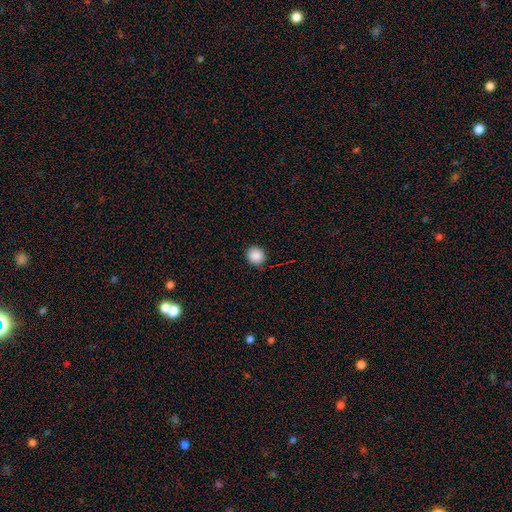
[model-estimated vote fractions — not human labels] Q: Smooth or featured?
A: smooth (88%); runner-up: star or artifact (9%)
Q: How rounded?
A: round (90%); runner-up: in between (9%)
Q: Merging?
A: none (88%); runner-up: minor disturbance (9%)